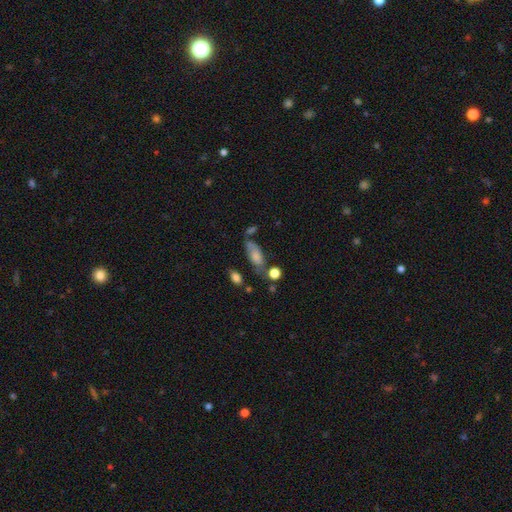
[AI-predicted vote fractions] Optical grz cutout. It shows a smooth galaxy with no disk features (65%) that is in between round and cigar-shaped (82%). Merging: none (44%).